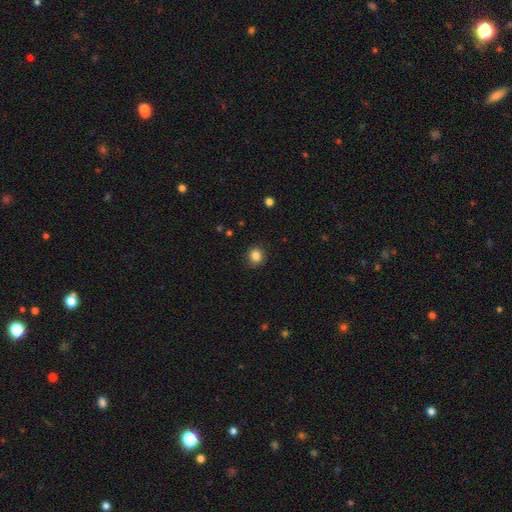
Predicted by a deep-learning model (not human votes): Smooth or featured?
  - smooth: 85% *
  - star or artifact: 11%
  - featured or disk: 4%
How rounded?
  - round: 84% *
  - in between: 15%
  - cigar-shaped: 1%
Merging?
  - none: 89% *
  - minor disturbance: 8%
  - major disturbance: 2%
  - merger: 1%